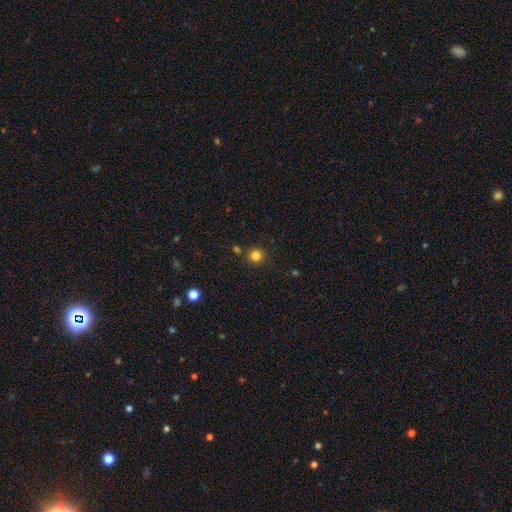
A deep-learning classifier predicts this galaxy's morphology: This is clearly a smooth galaxy (82%). How rounded: clearly round (93%). Merging: clearly none (86%).